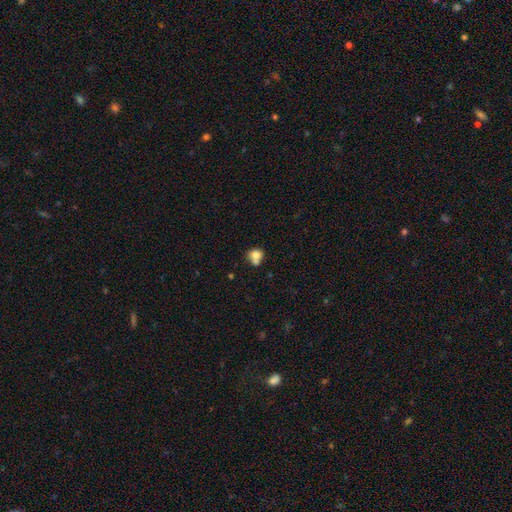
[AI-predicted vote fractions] A smooth galaxy with no disk features (76%) that is round (63%). Merging: merger (41%).